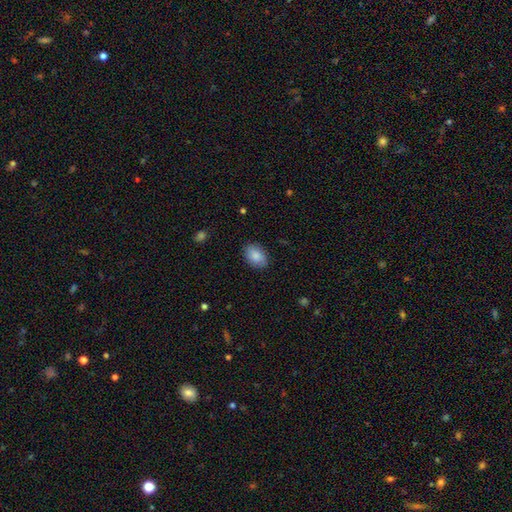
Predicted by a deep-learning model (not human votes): The model was most divided on "how rounded": in between: 85%, round: 14%, cigar-shaped: 1%. More confident: smooth or featured — smooth (86%); merging — none (85%).